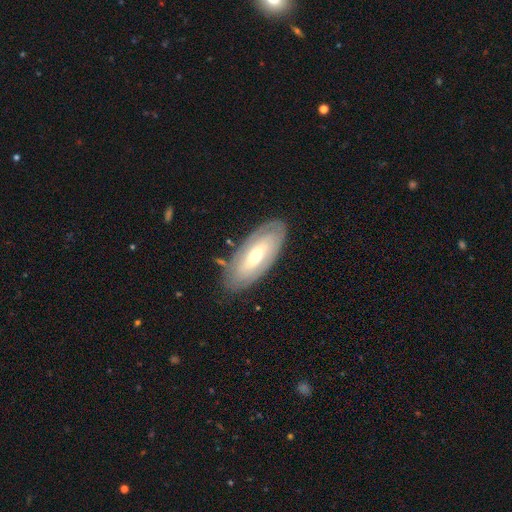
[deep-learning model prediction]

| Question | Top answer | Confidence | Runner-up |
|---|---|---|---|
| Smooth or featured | featured or disk | 61% | smooth (34%) |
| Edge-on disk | no | 84% | yes (16%) |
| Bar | no | 49% | weak (32%) |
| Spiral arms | yes | 55% | no (45%) |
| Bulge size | moderate | 53% | small (42%) |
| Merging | none | 81% | minor disturbance (13%) |